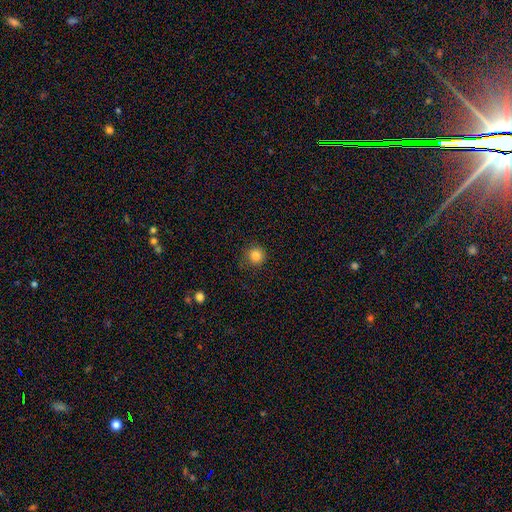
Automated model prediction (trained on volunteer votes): smooth_or_featured: smooth (p=0.83) [alt: star or artifact p=0.12]
how_rounded: round (p=0.95) [alt: in between p=0.04]
merging: none (p=0.87) [alt: minor disturbance p=0.09]